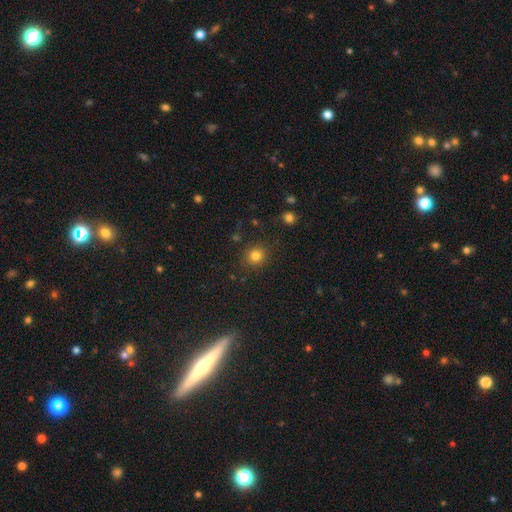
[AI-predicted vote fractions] Morphology: type=smooth (81%); roundness=round (85%); merging=none (87%).